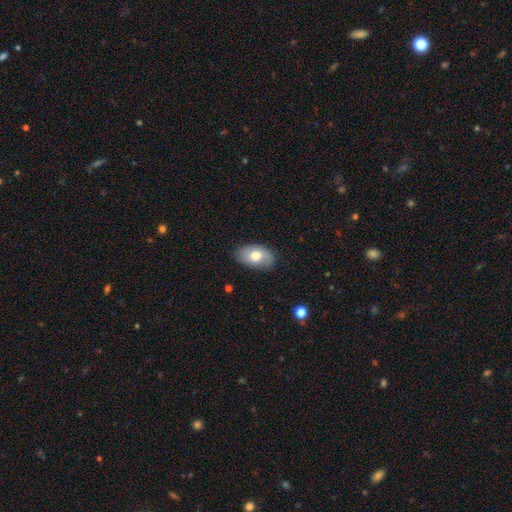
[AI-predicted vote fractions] Smooth or featured: smooth — 72% (featured or disk — 21%)
How rounded: in between — 92% (round — 7%)
Merging: none — 80% (minor disturbance — 15%)